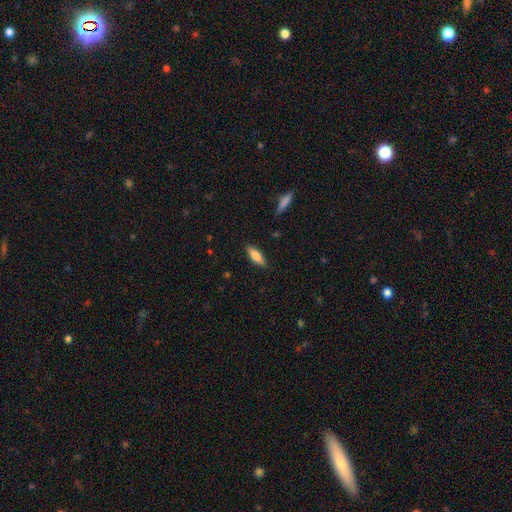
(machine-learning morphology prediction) Smooth or featured?
  - smooth: 77% *
  - featured or disk: 17%
  - star or artifact: 6%
How rounded?
  - in between: 55% *
  - cigar-shaped: 43%
  - round: 2%
Merging?
  - none: 86% *
  - minor disturbance: 10%
  - major disturbance: 2%
  - merger: 1%